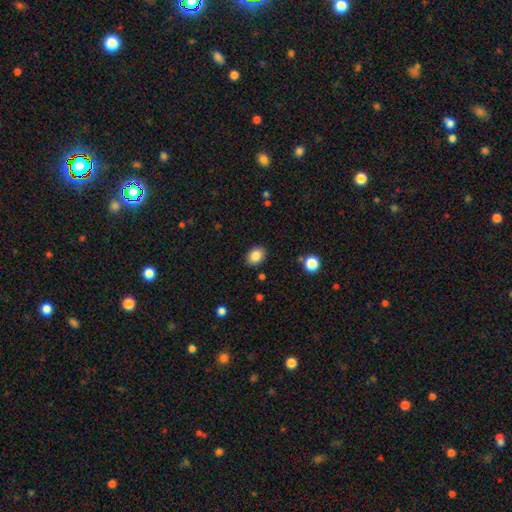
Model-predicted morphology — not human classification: Overall: smooth (86%). How rounded: in between (69%; round 31%). Merging: none (87%).